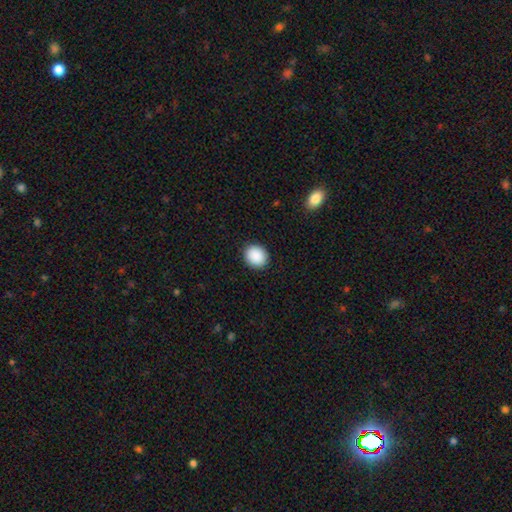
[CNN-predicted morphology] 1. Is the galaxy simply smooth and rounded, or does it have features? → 90% smooth, 8% star or artifact, 2% featured or disk.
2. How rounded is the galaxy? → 75% round, 24% in between, 1% cigar-shaped.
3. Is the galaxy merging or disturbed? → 91% none, 6% minor disturbance, 2% major disturbance, 1% merger.